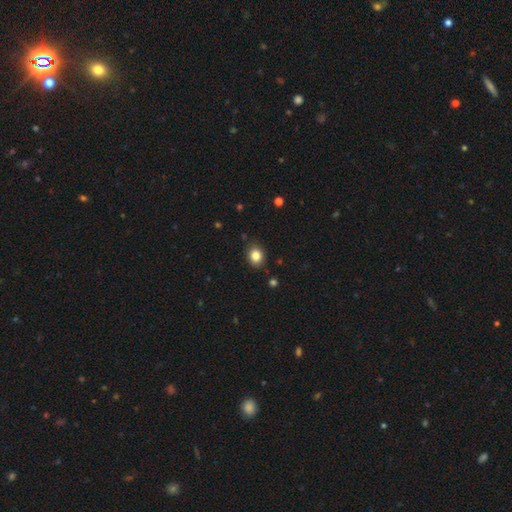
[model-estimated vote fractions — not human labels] smooth 84%, star or artifact 10%, featured or disk 5%. Down the decision tree: how rounded — round (59%); merging — none (85%).